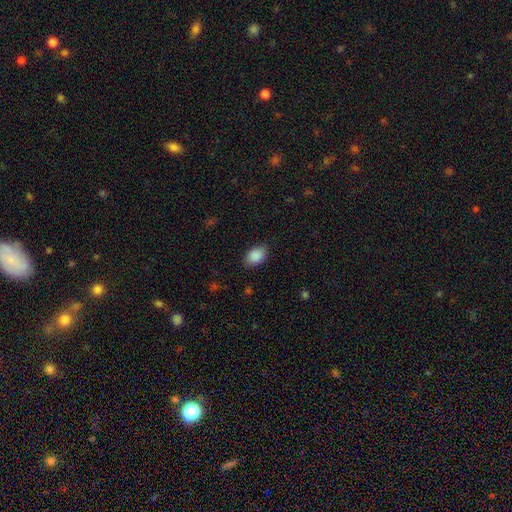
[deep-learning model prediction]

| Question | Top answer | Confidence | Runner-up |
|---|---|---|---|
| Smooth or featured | smooth | 90% | star or artifact (7%) |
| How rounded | in between | 87% | round (12%) |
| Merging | none | 85% | minor disturbance (12%) |